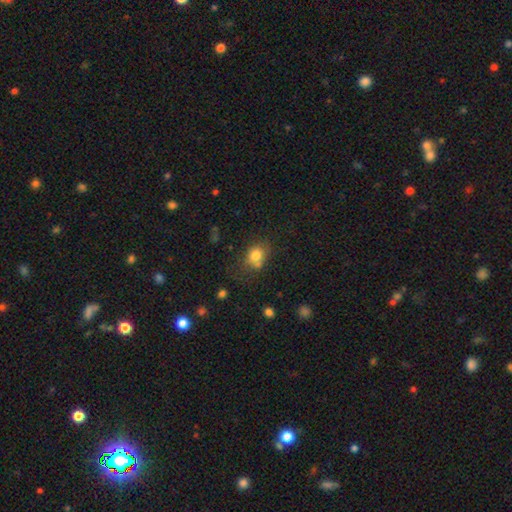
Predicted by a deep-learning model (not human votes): This appears to be a smooth galaxy with no disk features (78%) that is round (59%). Merging: none (56%).